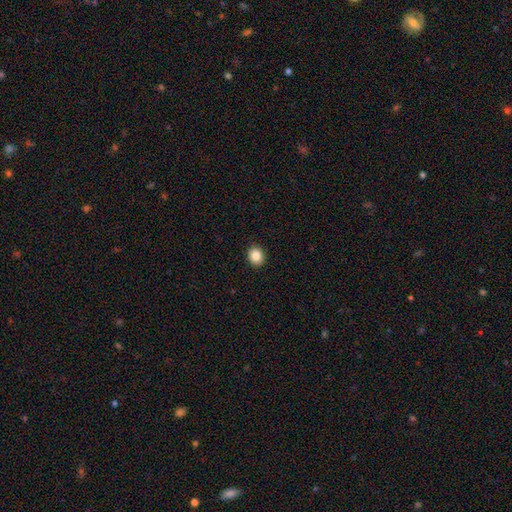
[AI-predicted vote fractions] smooth-or-featured: smooth: 87% | star or artifact: 9% | featured or disk: 4%
  how-rounded: round: 64% | in between: 35% | cigar-shaped: 1%
  merging: none: 92% | minor disturbance: 6% | major disturbance: 2% | merger: 1%